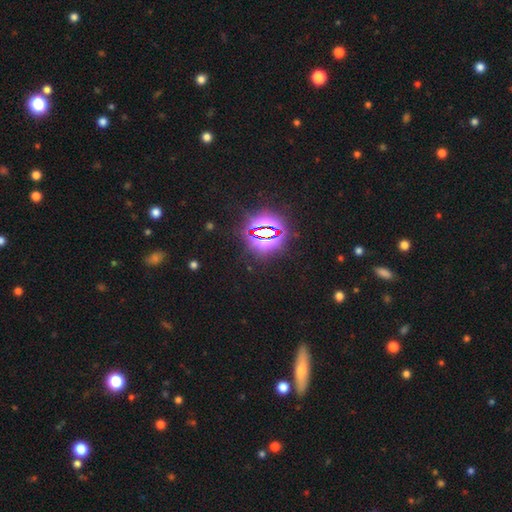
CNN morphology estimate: This appears to be a star or artifact, not a galaxy (76%).